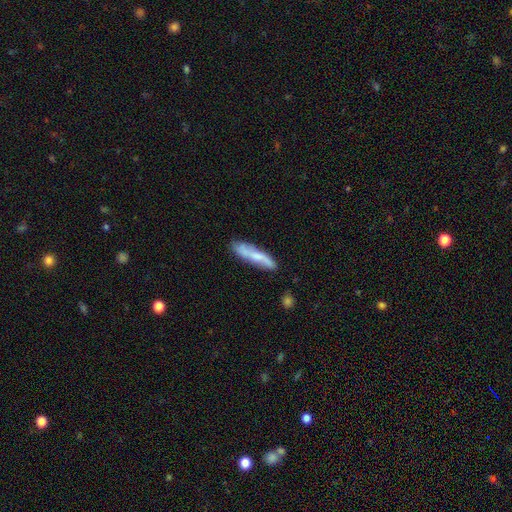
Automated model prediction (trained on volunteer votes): Smooth or featured?
  - smooth: 51% *
  - featured or disk: 43%
  - star or artifact: 6%
How rounded?
  - cigar-shaped: 81% *
  - in between: 17%
  - round: 2%
Merging?
  - none: 75% *
  - minor disturbance: 19%
  - major disturbance: 4%
  - merger: 3%